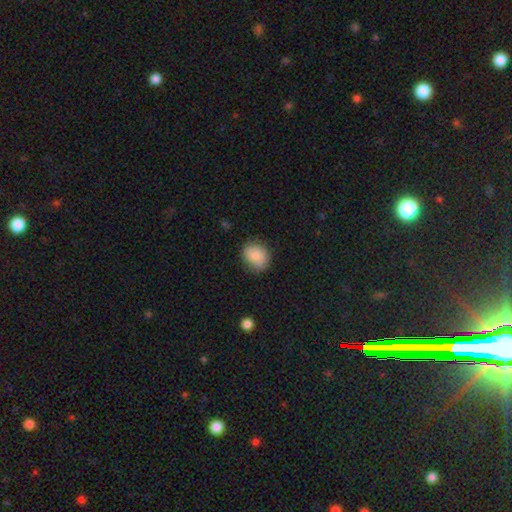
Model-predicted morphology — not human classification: smooth 84%, featured or disk 9%, star or artifact 8%. Down the decision tree: how rounded — round (55%); merging — none (77%).